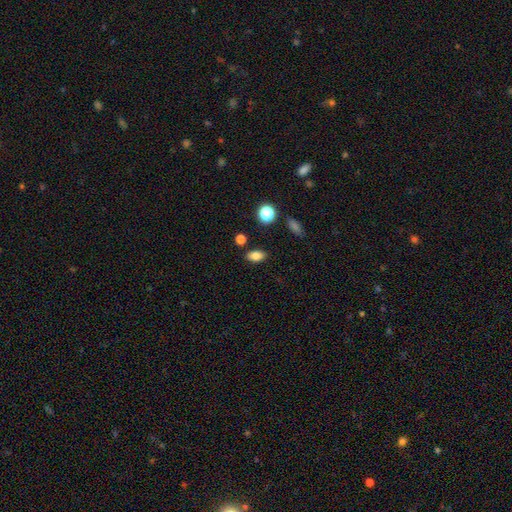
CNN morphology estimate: Smooth or featured: smooth — 82% (star or artifact — 11%)
How rounded: in between — 86% (round — 11%)
Merging: none — 84% (minor disturbance — 10%)